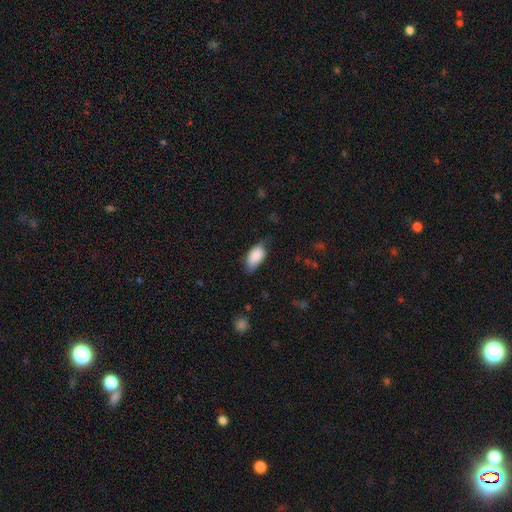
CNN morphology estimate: A smooth galaxy with no disk features (86%) that is in between round and cigar-shaped (93%).

Vote fractions:
- Smooth or featured? smooth: 86% / featured or disk: 8% / star or artifact: 6%
- How rounded? in between: 93% / cigar-shaped: 4% / round: 3%
- Merging? none: 63% / minor disturbance: 29% / major disturbance: 6% / merger: 1%